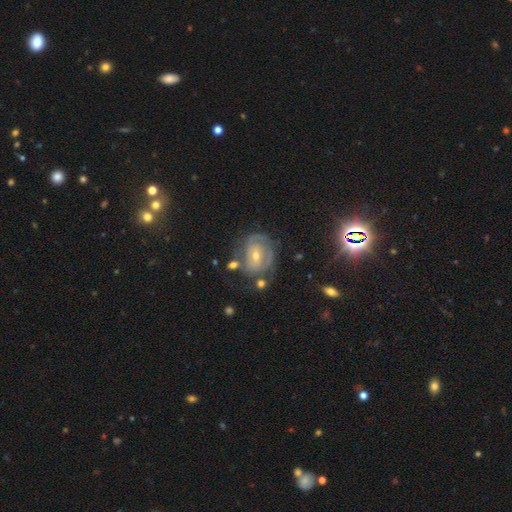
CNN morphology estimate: Smooth or featured?
  - featured or disk: 75% *
  - smooth: 16%
  - star or artifact: 9%
Edge-on disk?
  - no: 96% *
  - yes: 4%
Bar?
  - no: 51% *
  - weak: 37%
  - strong: 12%
Spiral arms?
  - yes: 82% *
  - no: 18%
Spiral winding?
  - tight: 63% *
  - medium: 27%
  - loose: 9%
Spiral arm count?
  - can't tell: 40% *
  - 2: 37%
  - 3: 10%
  - 1: 7%
  - 4: 3%
  - more than 4: 3%
Bulge size?
  - small: 56% *
  - moderate: 41%
  - large: 1%
  - none: 1%
  - dominant: 1%
Merging?
  - none: 57% *
  - minor disturbance: 22%
  - major disturbance: 14%
  - merger: 7%